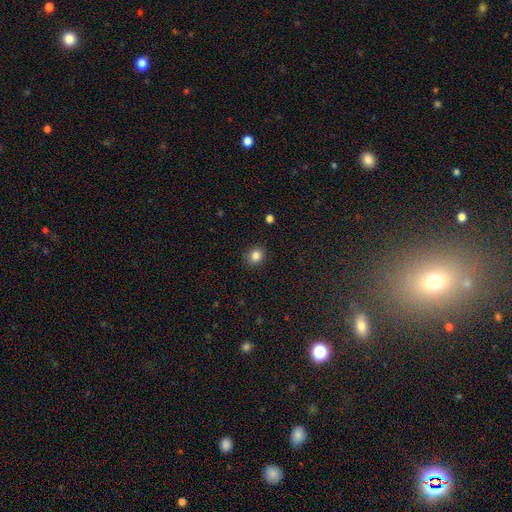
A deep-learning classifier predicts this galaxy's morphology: smooth_or_featured: smooth (p=0.84) [alt: star or artifact p=0.11]
how_rounded: round (p=0.78) [alt: in between p=0.22]
merging: none (p=0.90) [alt: minor disturbance p=0.07]